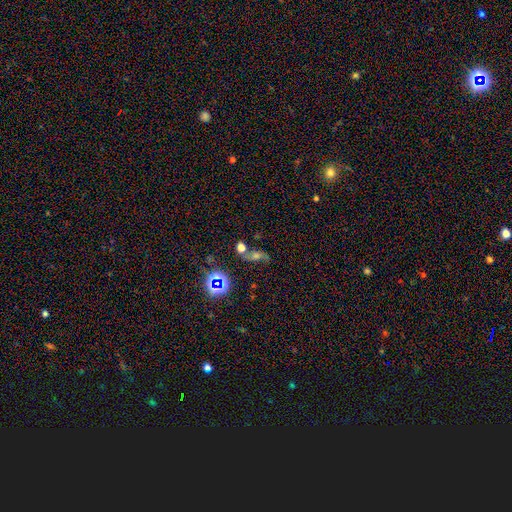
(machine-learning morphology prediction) A featured or disk galaxy (51%).

Vote fractions:
- Smooth or featured? featured or disk: 51% / star or artifact: 29% / smooth: 20%
- Edge-on disk? no: 91% / yes: 9%
- Merging? none: 61% / minor disturbance: 16% / merger: 13% / major disturbance: 10%